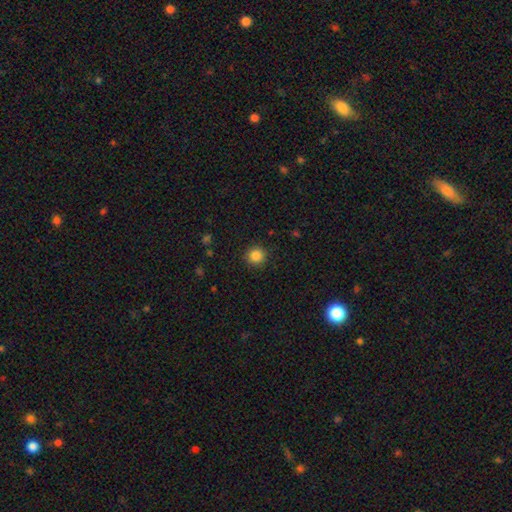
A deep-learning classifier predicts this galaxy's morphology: smooth 85%, star or artifact 11%, featured or disk 4%. Down the decision tree: how rounded — round (94%); merging — none (91%).